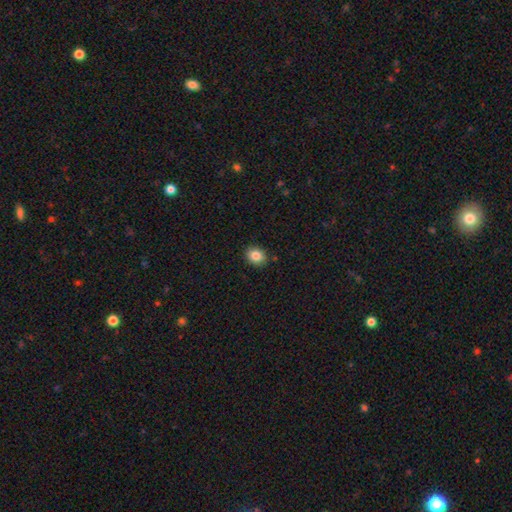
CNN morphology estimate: Smooth or featured: smooth — 85% (star or artifact — 9%)
How rounded: round — 57% (in between — 42%)
Merging: none — 89% (minor disturbance — 8%)